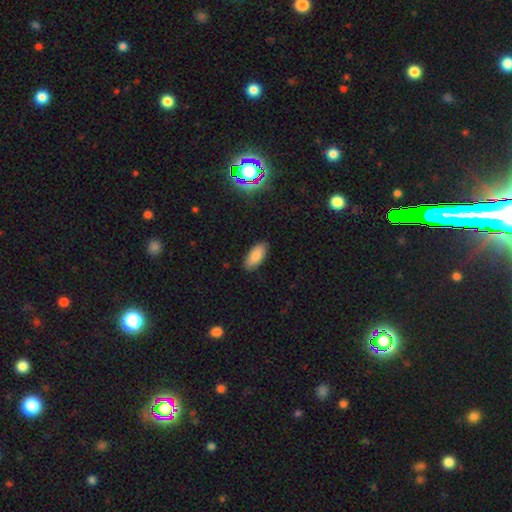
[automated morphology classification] Q: Smooth or featured?
A: smooth (85%); runner-up: star or artifact (8%)
Q: How rounded?
A: in between (90%); runner-up: cigar-shaped (8%)
Q: Merging?
A: none (87%); runner-up: minor disturbance (10%)